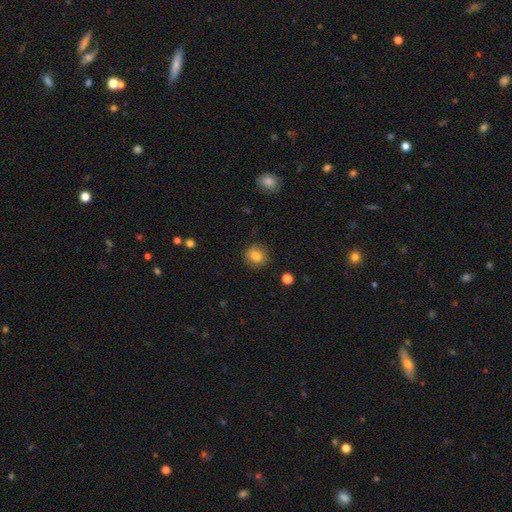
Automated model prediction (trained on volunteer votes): Smooth or featured?
  - smooth: 84% *
  - star or artifact: 9%
  - featured or disk: 7%
How rounded?
  - round: 87% *
  - in between: 12%
  - cigar-shaped: 1%
Merging?
  - none: 87% *
  - minor disturbance: 9%
  - major disturbance: 3%
  - merger: 1%